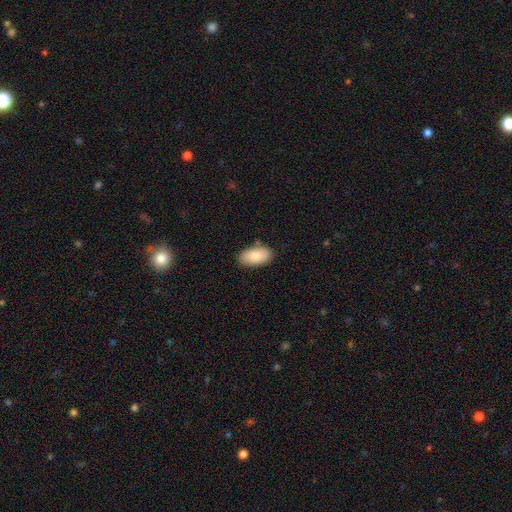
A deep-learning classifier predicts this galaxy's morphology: smooth-or-featured: smooth: 85% | featured or disk: 8% | star or artifact: 6%
  how-rounded: in between: 94% | cigar-shaped: 3% | round: 3%
  merging: none: 84% | minor disturbance: 12% | merger: 2% | major disturbance: 2%